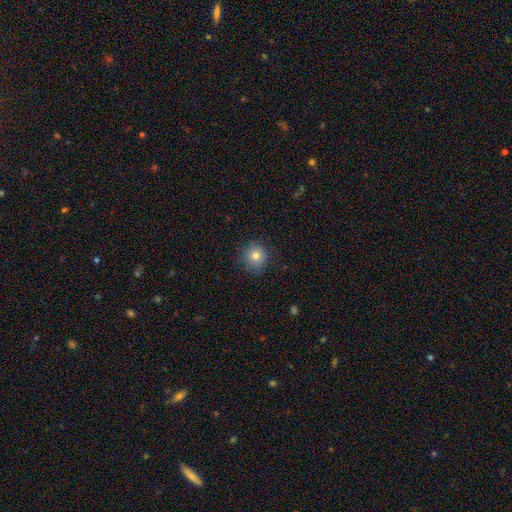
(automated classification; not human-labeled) This is likely a smooth galaxy (79%). How rounded: clearly round (92%). Merging: clearly none (87%).